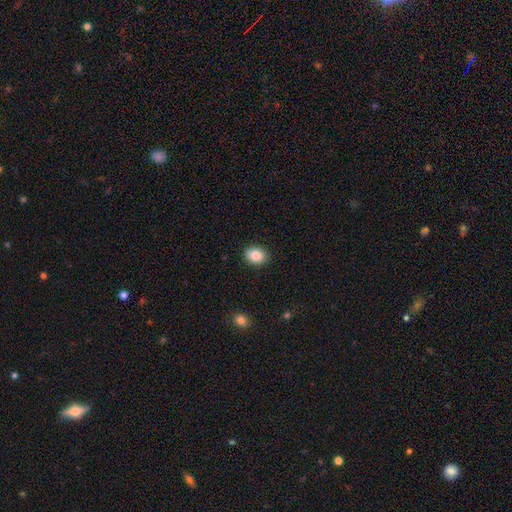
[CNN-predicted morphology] Smooth or featured?
  - smooth: 86% *
  - star or artifact: 9%
  - featured or disk: 6%
How rounded?
  - round: 52% *
  - in between: 47%
  - cigar-shaped: 1%
Merging?
  - none: 89% *
  - minor disturbance: 8%
  - major disturbance: 2%
  - merger: 1%